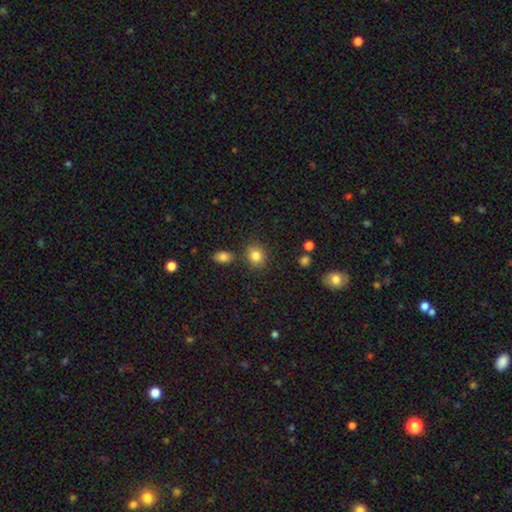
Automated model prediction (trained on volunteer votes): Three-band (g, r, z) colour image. It shows a smooth galaxy with no disk features (84%) that is round (66%). Merging: none (80%).